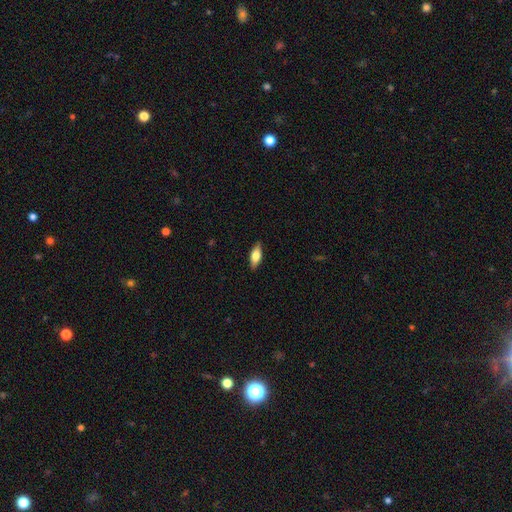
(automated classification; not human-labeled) smooth_or_featured: smooth (p=0.68) [alt: featured or disk p=0.26]
how_rounded: in between (p=0.72) [alt: cigar-shaped p=0.25]
merging: none (p=0.87) [alt: minor disturbance p=0.10]